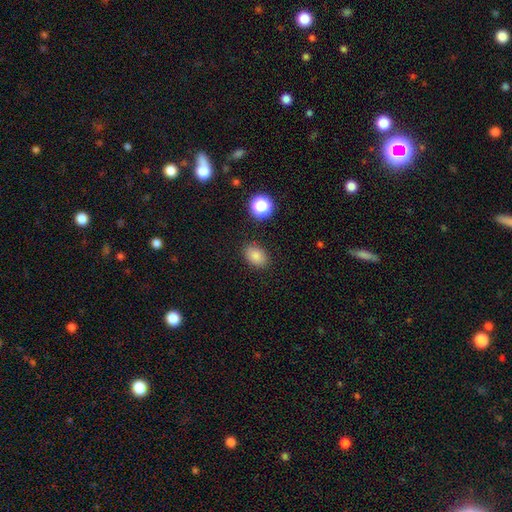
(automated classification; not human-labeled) smooth 83%, star or artifact 11%, featured or disk 6%. Down the decision tree: how rounded — in between (80%); merging — none (86%).